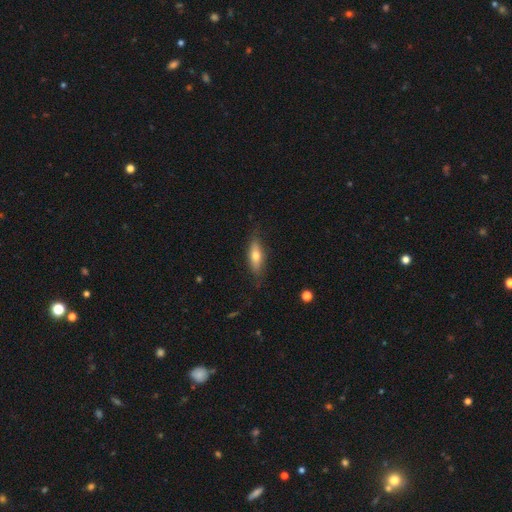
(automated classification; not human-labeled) smooth_or_featured: smooth (p=0.62) [alt: featured or disk p=0.32]
how_rounded: in between (p=0.52) [alt: cigar-shaped p=0.45]
merging: none (p=0.79) [alt: minor disturbance p=0.16]